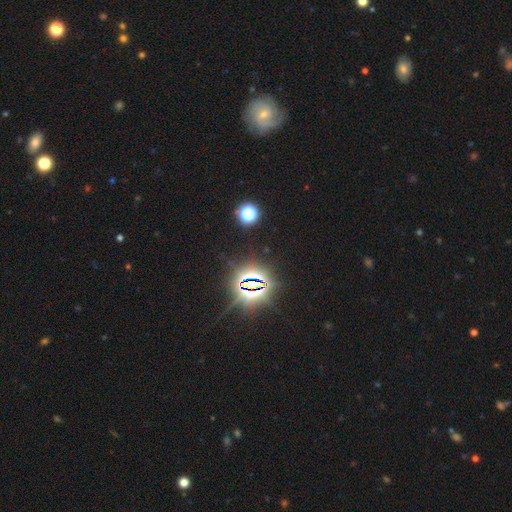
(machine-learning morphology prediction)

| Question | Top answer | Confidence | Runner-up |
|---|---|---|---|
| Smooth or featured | star or artifact | 81% | smooth (11%) |